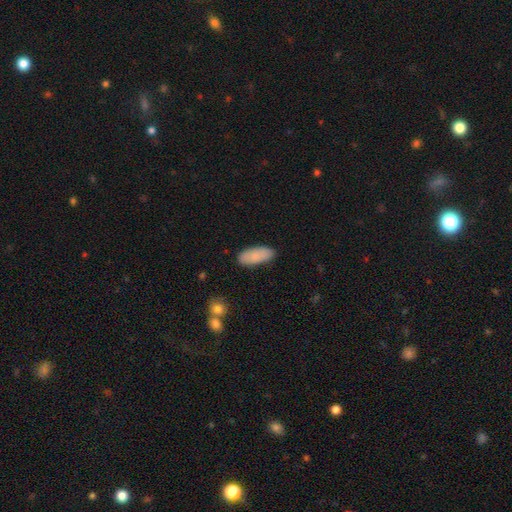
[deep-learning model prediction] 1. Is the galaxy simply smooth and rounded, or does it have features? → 83% smooth, 11% featured or disk, 6% star or artifact.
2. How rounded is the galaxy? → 80% in between, 18% cigar-shaped, 2% round.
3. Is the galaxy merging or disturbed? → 87% none, 10% minor disturbance, 2% major disturbance, 1% merger.